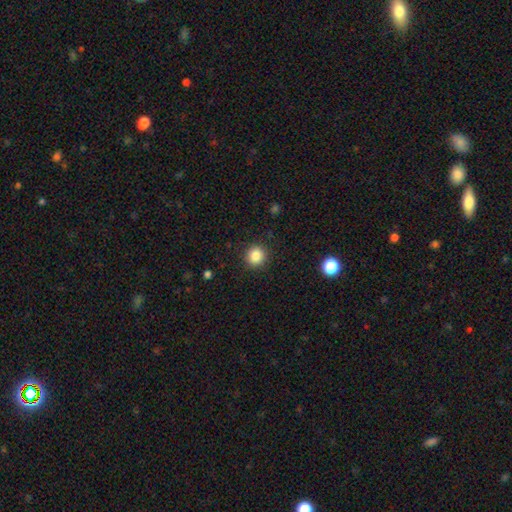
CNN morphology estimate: A smooth galaxy with no disk features (85%) that is round (91%).

Vote fractions:
- Smooth or featured? smooth: 85% / star or artifact: 10% / featured or disk: 4%
- How rounded? round: 91% / in between: 8% / cigar-shaped: 1%
- Merging? none: 91% / minor disturbance: 6% / major disturbance: 2% / merger: 1%